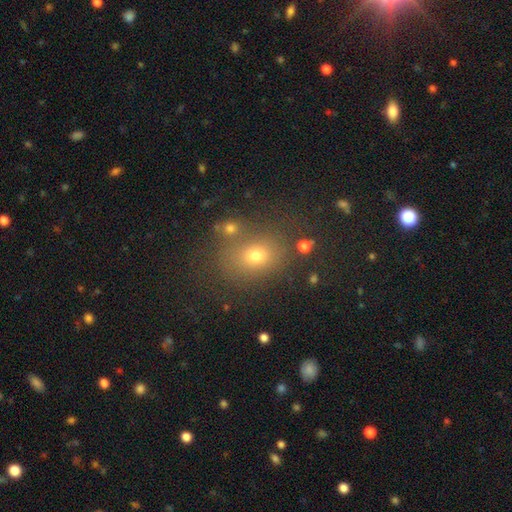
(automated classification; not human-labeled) smooth-or-featured: smooth: 68% | star or artifact: 20% | featured or disk: 12%
  how-rounded: in between: 50% | round: 49% | cigar-shaped: 1%
  merging: none: 75% | minor disturbance: 12% | merger: 8% | major disturbance: 5%